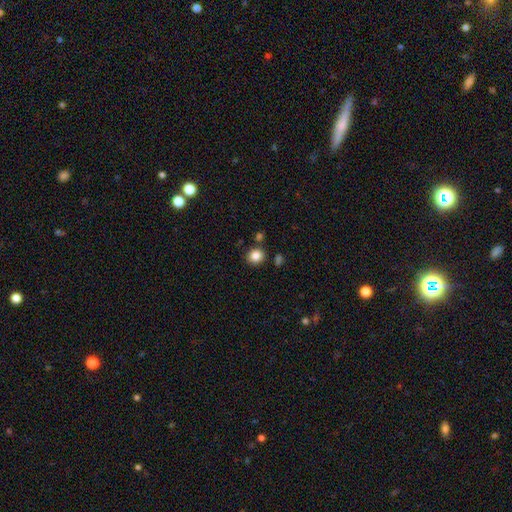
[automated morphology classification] Smooth or featured?
  - smooth: 85% *
  - star or artifact: 11%
  - featured or disk: 5%
How rounded?
  - round: 85% *
  - in between: 14%
  - cigar-shaped: 1%
Merging?
  - none: 84% *
  - minor disturbance: 8%
  - merger: 5%
  - major disturbance: 3%